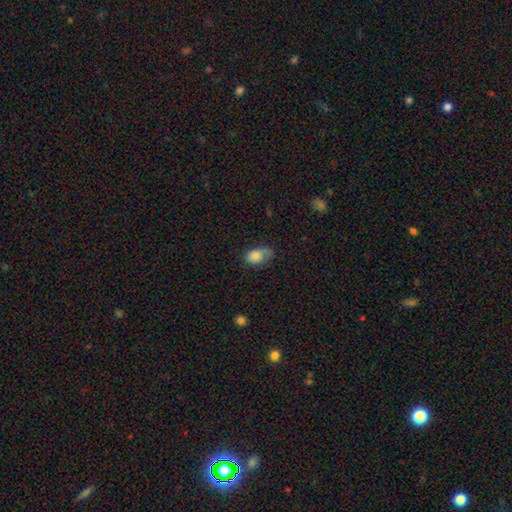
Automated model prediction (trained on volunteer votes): Smooth or featured? Predicted: smooth (p=0.77). How rounded? Predicted: in between (p=0.85). Merging? Predicted: none (p=0.43).